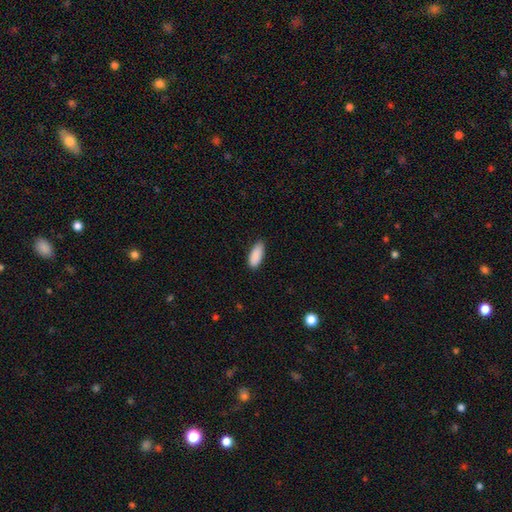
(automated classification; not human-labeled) smooth 90%, star or artifact 6%, featured or disk 4%. Down the decision tree: how rounded — in between (81%); merging — none (83%).